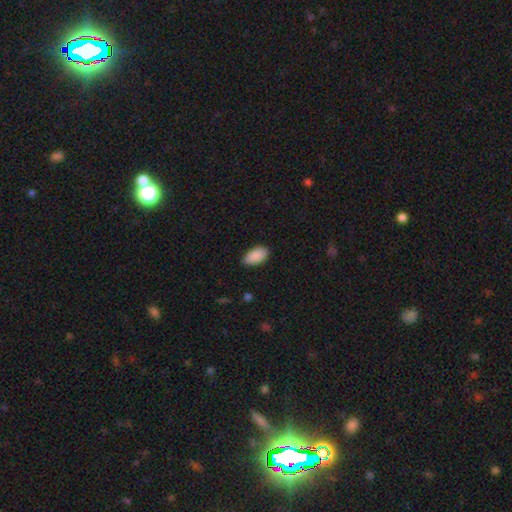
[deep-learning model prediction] Q: Smooth or featured?
A: smooth (89%); runner-up: star or artifact (6%)
Q: How rounded?
A: in between (95%); runner-up: round (3%)
Q: Merging?
A: none (84%); runner-up: minor disturbance (12%)